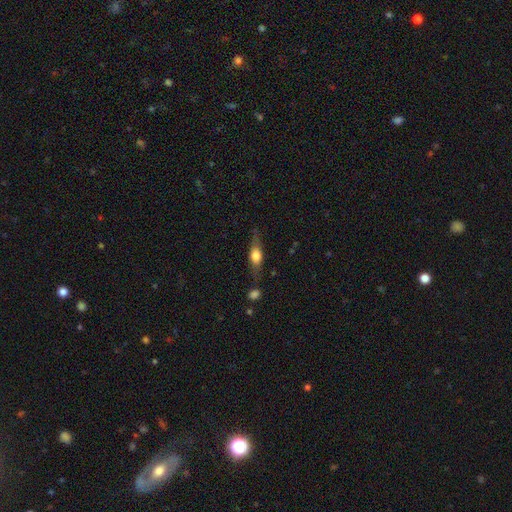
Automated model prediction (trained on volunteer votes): Smooth or featured? Predicted: smooth (p=0.48). Merging? Predicted: none (p=0.69).